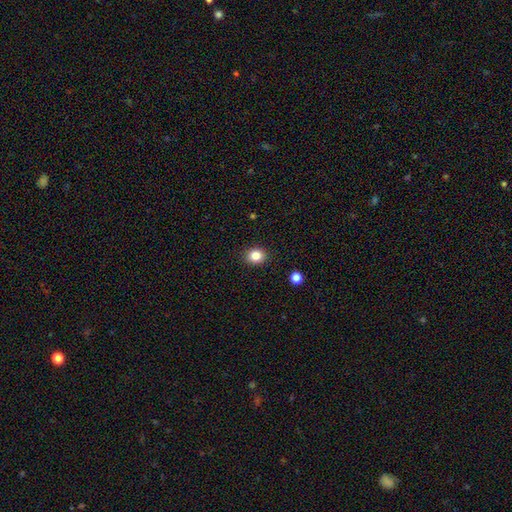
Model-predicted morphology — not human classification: Q: Smooth or featured?
A: smooth (84%); runner-up: star or artifact (11%)
Q: How rounded?
A: round (66%); runner-up: in between (33%)
Q: Merging?
A: none (90%); runner-up: minor disturbance (7%)